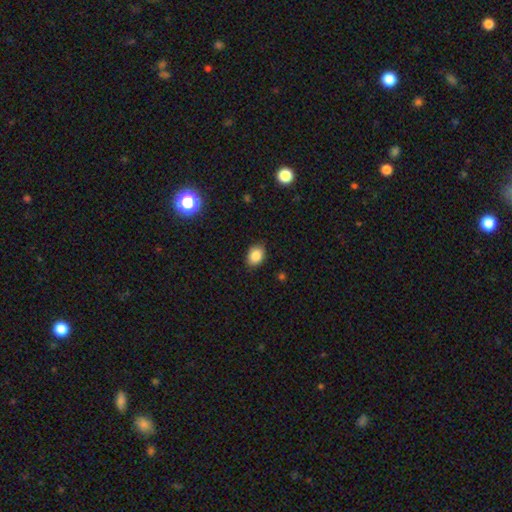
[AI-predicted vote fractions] Morphology: type=smooth (87%); roundness=in between (71%); merging=none (85%).